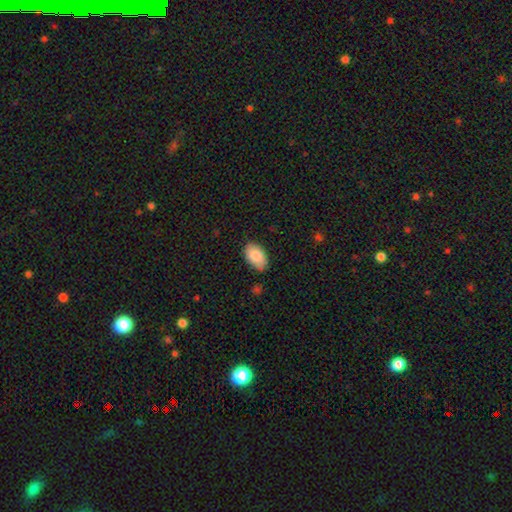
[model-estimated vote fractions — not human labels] Morphology: type=smooth (85%); roundness=in between (92%); merging=none (79%).